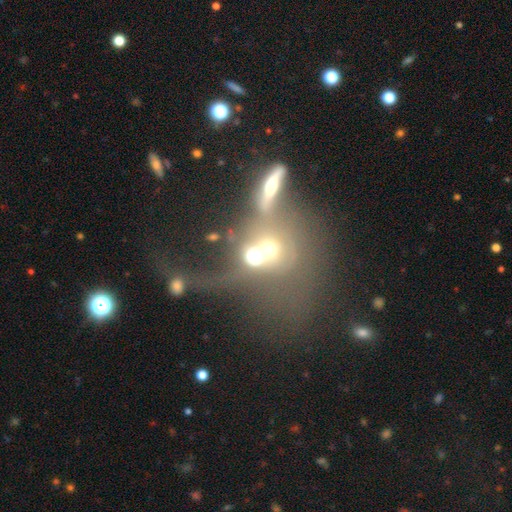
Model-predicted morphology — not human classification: The model was most divided on "smooth or featured": smooth: 52%, featured or disk: 29%, star or artifact: 19%. More confident: how rounded — round (71%); merging — merger (67%).